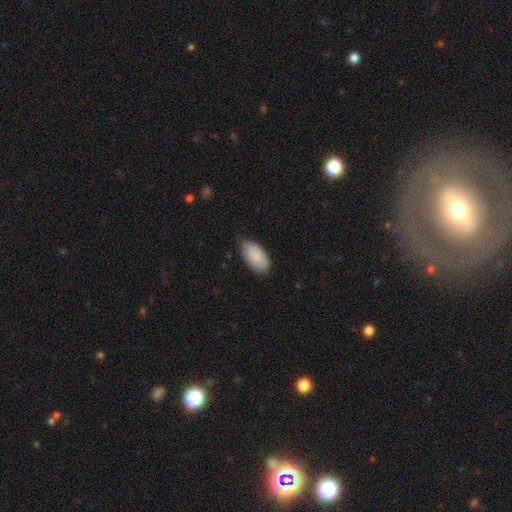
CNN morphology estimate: smooth_or_featured: smooth (p=0.89) [alt: star or artifact p=0.06]
how_rounded: in between (p=0.95) [alt: cigar-shaped p=0.03]
merging: none (p=0.76) [alt: minor disturbance p=0.20]